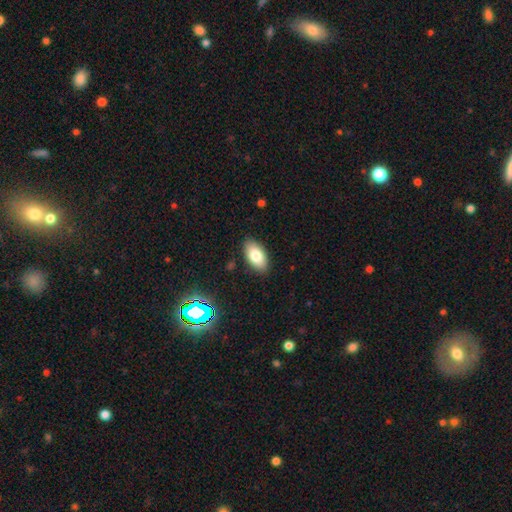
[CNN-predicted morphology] Overall: smooth (80%). How rounded: in between (94%). Merging: none (87%).